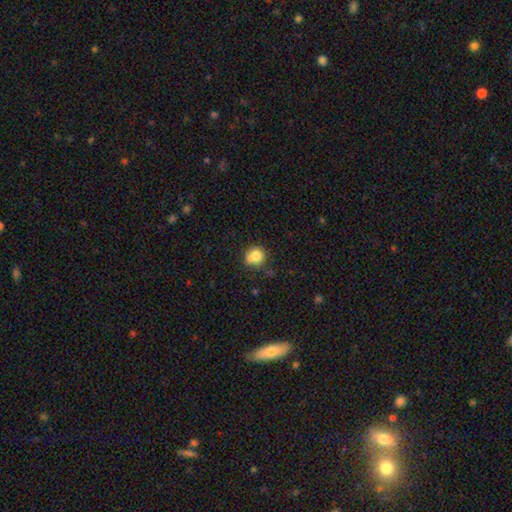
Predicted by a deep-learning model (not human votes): Overall: smooth (79%). How rounded: round (86%). Merging: none (62%).